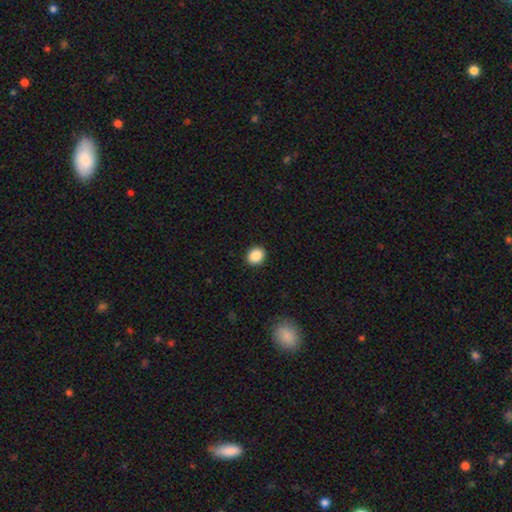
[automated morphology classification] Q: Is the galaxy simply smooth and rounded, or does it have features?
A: smooth — 88%.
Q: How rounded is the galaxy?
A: round — 63%.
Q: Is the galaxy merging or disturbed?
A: none — 91%.